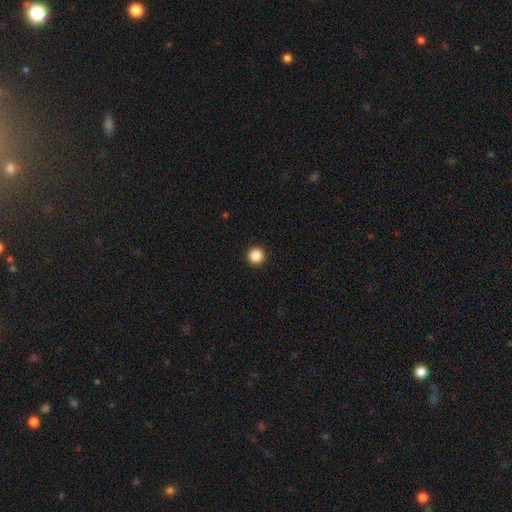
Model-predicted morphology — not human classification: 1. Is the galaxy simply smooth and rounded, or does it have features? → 86% smooth, 11% star or artifact, 3% featured or disk.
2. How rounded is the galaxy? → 95% round, 4% in between, 1% cigar-shaped.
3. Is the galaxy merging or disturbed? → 94% none, 4% minor disturbance, 1% major disturbance, 1% merger.